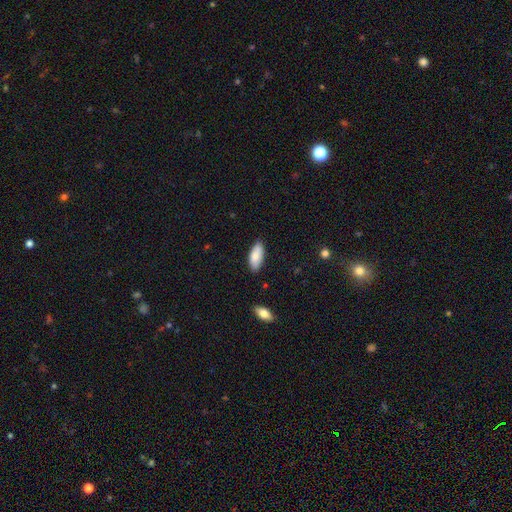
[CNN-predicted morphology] smooth-or-featured: smooth: 85% | featured or disk: 9% | star or artifact: 6%
  how-rounded: in between: 85% | cigar-shaped: 13% | round: 2%
  merging: none: 83% | minor disturbance: 13% | major disturbance: 2% | merger: 1%